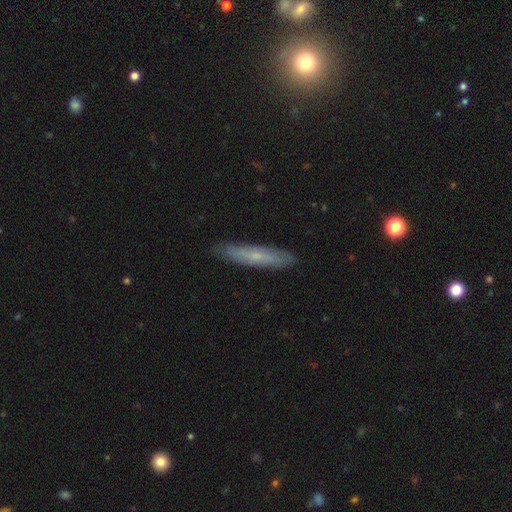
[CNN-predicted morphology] This is possibly a smooth galaxy (53%). How rounded: clearly cigar-shaped (89%). Merging: clearly none (87%).